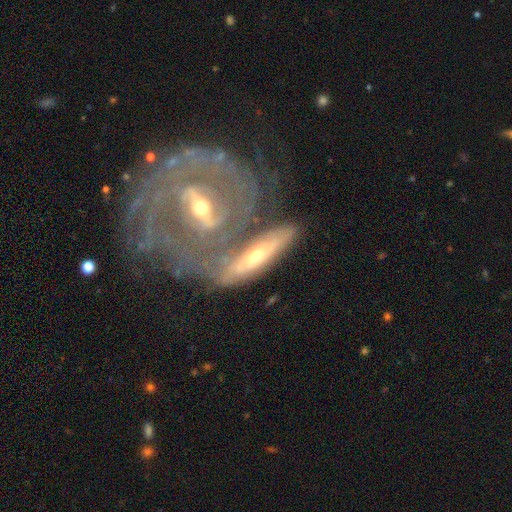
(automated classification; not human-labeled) Smooth or featured: featured or disk — 75% (smooth — 19%)
Edge-on disk: no — 74% (yes — 26%)
Bar: strong — 35% (tied with no — 35%)
Spiral arms: yes — 77% (no — 23%)
Bulge size: small — 48% (moderate — 47%)
Merging: none — 41% (merger — 38%)